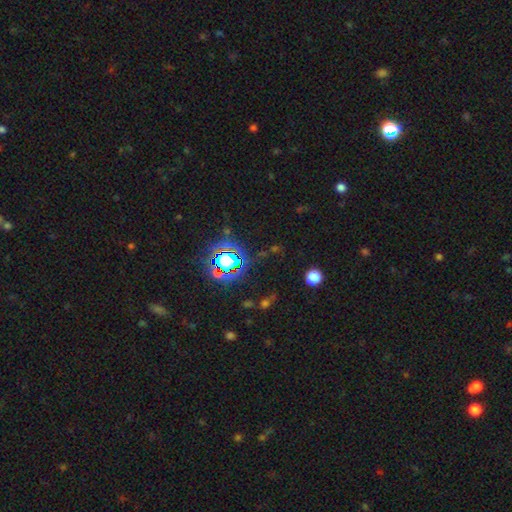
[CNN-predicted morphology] Smooth or featured: star or artifact — 78% (smooth — 13%)